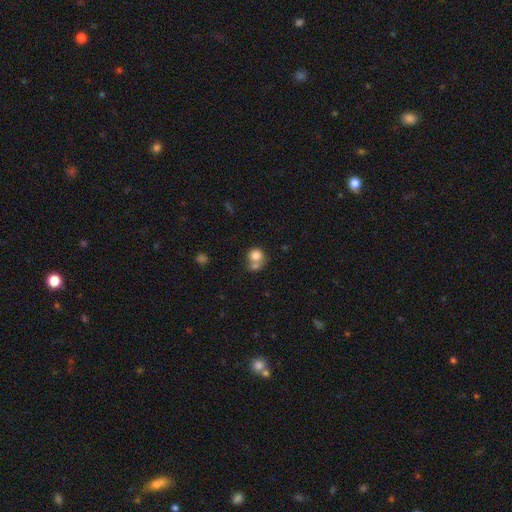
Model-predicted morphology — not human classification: smooth 79%, featured or disk 12%, star or artifact 10%. Down the decision tree: how rounded — round (83%); merging — merger (48%).